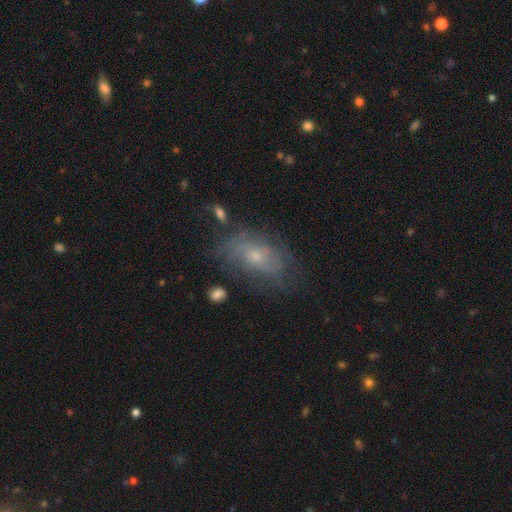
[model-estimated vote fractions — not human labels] Overall: featured or disk (52%; smooth 35%). Edge-on disk: no (92%). Merging: none (62%; minor disturbance 23%).